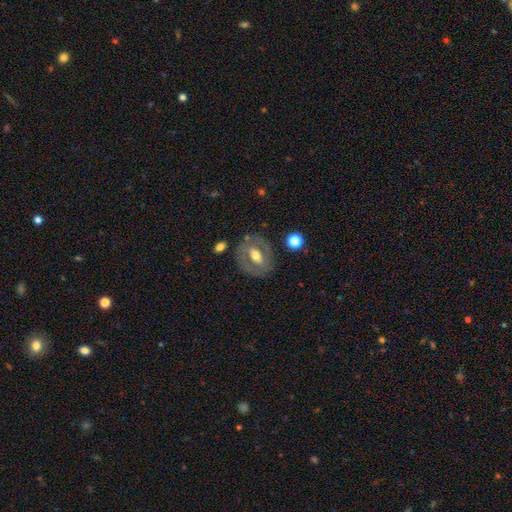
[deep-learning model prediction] Morphology: type=featured or disk (55%); edge-on=no (92%); bar=no (41%); spiral arms=no (77%); bulge=moderate (70%); merging=none (76%).